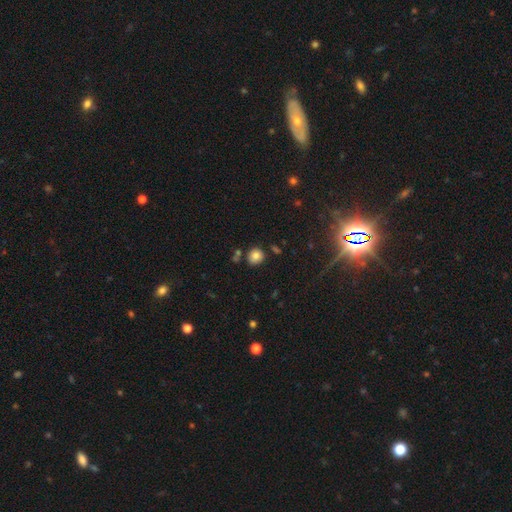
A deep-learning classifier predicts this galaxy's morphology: Smooth or featured: smooth — 80% (star or artifact — 12%)
How rounded: round — 83% (in between — 16%)
Merging: none — 80% (minor disturbance — 11%)